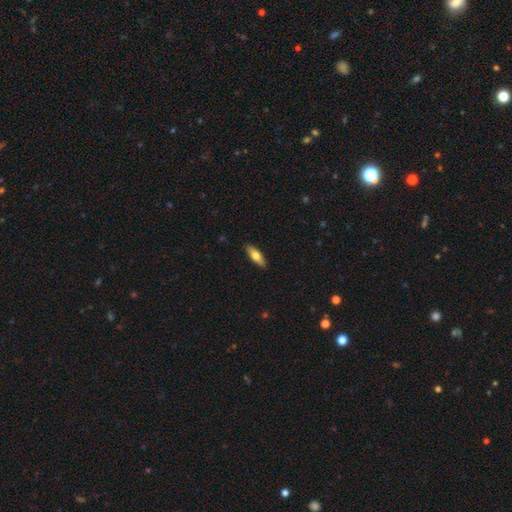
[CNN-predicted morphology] Q: Smooth or featured?
A: smooth (65%); runner-up: featured or disk (29%)
Q: How rounded?
A: in between (59%); runner-up: cigar-shaped (39%)
Q: Merging?
A: none (89%); runner-up: minor disturbance (8%)